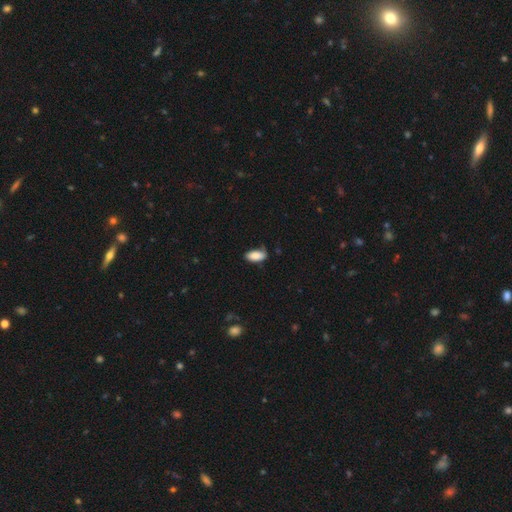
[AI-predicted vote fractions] smooth-or-featured: smooth: 85% | featured or disk: 9% | star or artifact: 7%
  how-rounded: in between: 91% | cigar-shaped: 6% | round: 2%
  merging: none: 64% | minor disturbance: 28% | major disturbance: 6% | merger: 2%